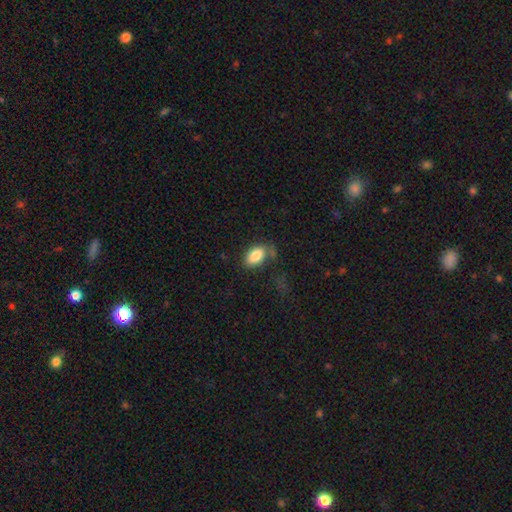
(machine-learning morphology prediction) A smooth galaxy with no disk features (84%) that is in between round and cigar-shaped (92%). Merging: none (66%).